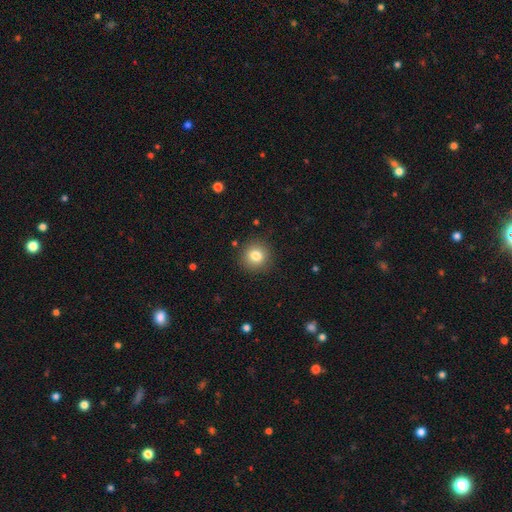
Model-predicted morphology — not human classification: Smooth or featured? smooth (82%)
How rounded? round (91%)
Merging? none (89%)